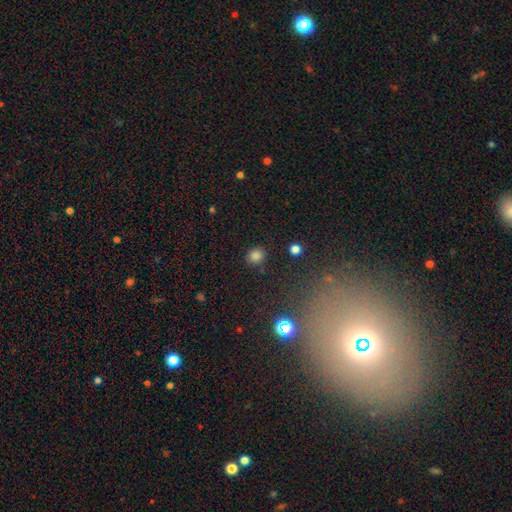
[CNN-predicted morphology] A smooth galaxy with no disk features (82%) that is round (76%). Merging: none (87%).